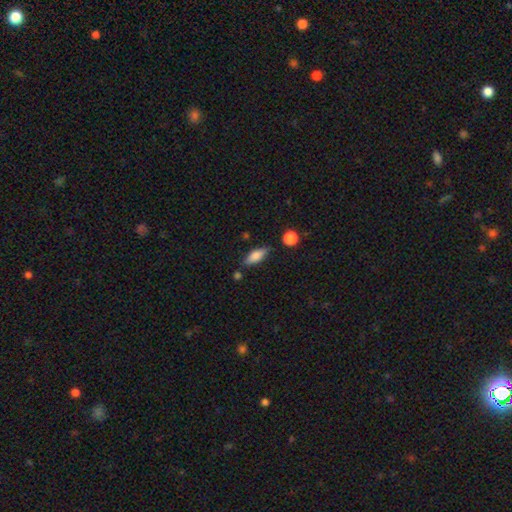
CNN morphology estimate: smooth_or_featured: smooth (p=0.74) [alt: featured or disk p=0.19]
how_rounded: in between (p=0.67) [alt: cigar-shaped p=0.30]
merging: none (p=0.76) [alt: minor disturbance p=0.15]